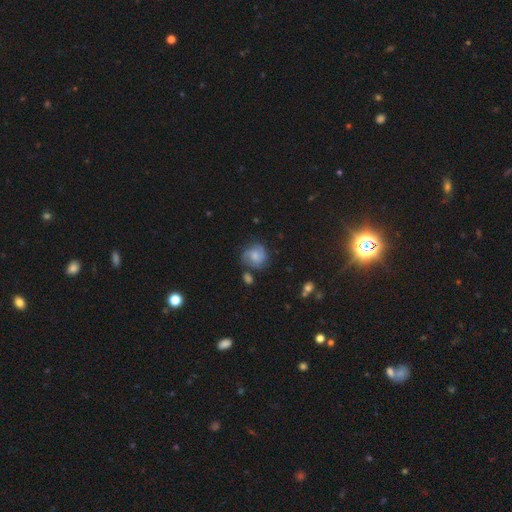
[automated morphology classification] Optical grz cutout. It shows a featured or disk galaxy (53%) with no bar (59%), spiral arms (87%) and a small central bulge (37%). Merging: none (62%).